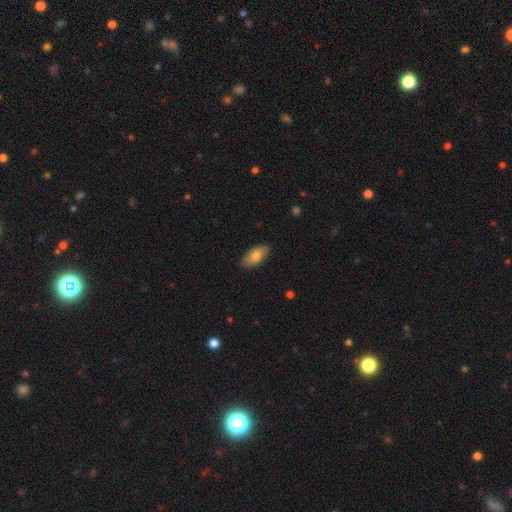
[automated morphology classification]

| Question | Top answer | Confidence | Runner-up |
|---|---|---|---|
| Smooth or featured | smooth | 76% | featured or disk (18%) |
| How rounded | in between | 91% | cigar-shaped (7%) |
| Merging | none | 88% | minor disturbance (10%) |